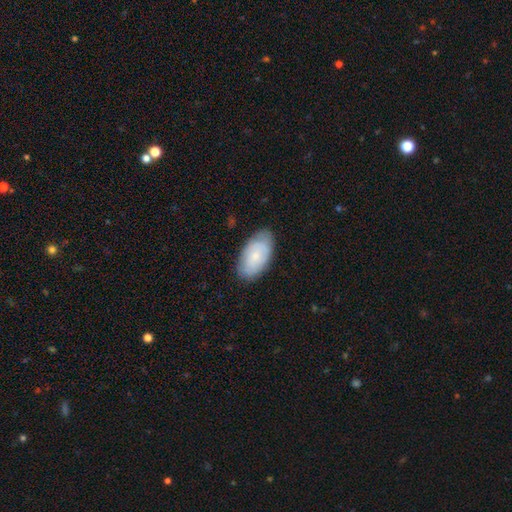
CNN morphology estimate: smooth_or_featured: smooth (p=0.59) [alt: featured or disk p=0.35]
how_rounded: in between (p=0.94) [alt: round p=0.03]
merging: none (p=0.77) [alt: minor disturbance p=0.18]